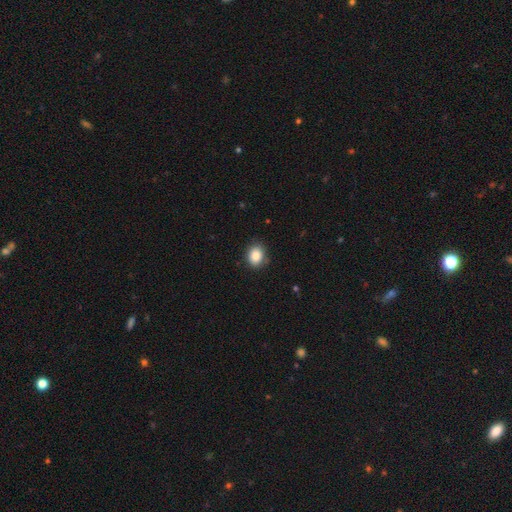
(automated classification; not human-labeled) A smooth galaxy with no disk features (87%) that is in between round and cigar-shaped (53%). Merging: none (84%).